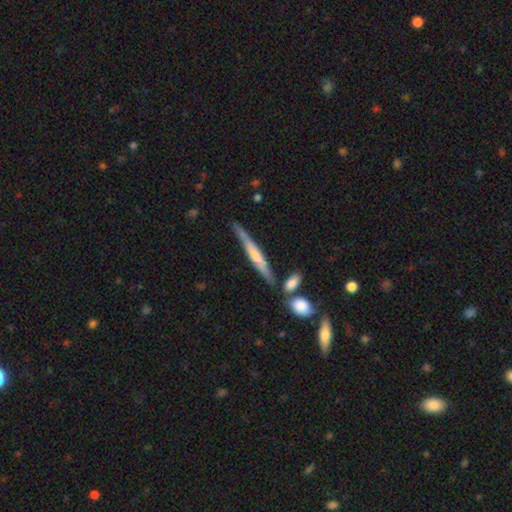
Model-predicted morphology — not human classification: smooth-or-featured: featured or disk: 50% | smooth: 44% | star or artifact: 6%
  merging: none: 70% | minor disturbance: 16% | merger: 9% | major disturbance: 4%